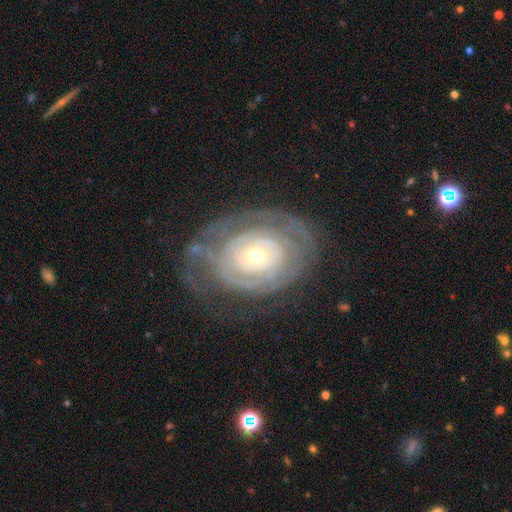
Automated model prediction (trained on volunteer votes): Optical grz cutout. It shows a featured or disk galaxy (79%) with no bar (83%), tight (79%) spiral arms (69%) and a moderate central bulge (48%). Merging: none (65%).